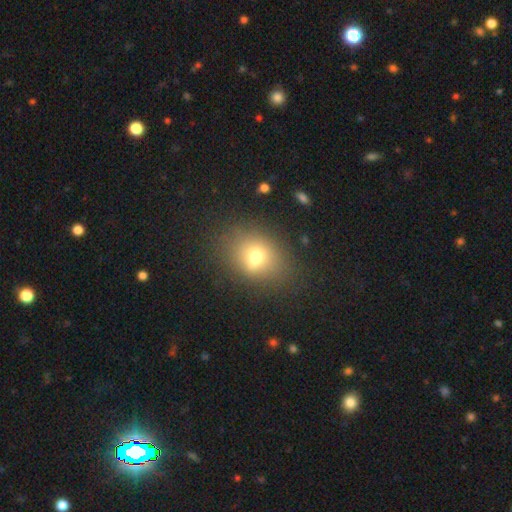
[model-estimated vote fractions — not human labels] Q: Smooth or featured?
A: smooth (67%); runner-up: featured or disk (19%)
Q: How rounded?
A: in between (64%); runner-up: round (34%)
Q: Merging?
A: none (73%); runner-up: minor disturbance (16%)